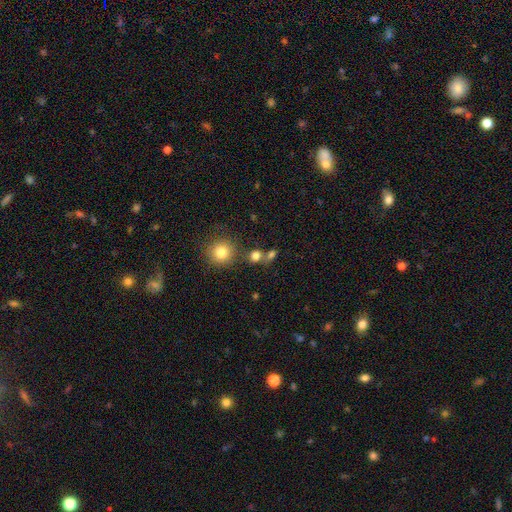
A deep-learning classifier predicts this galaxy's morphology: Overall: smooth (78%). How rounded: round (75%). Merging: none (58%; merger 28%).